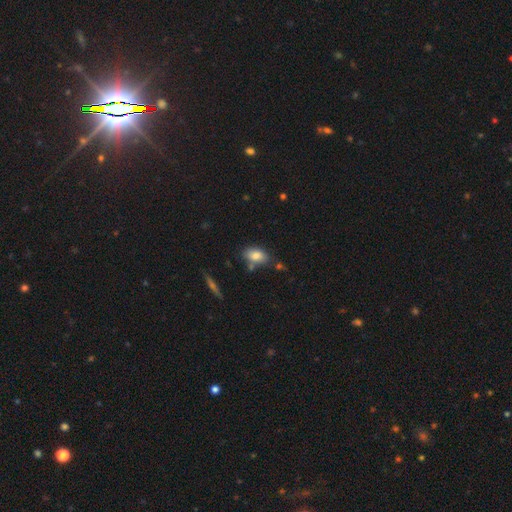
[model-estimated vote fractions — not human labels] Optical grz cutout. It shows a smooth galaxy with no disk features (80%) that is in between round and cigar-shaped (88%). Merging: none (67%).